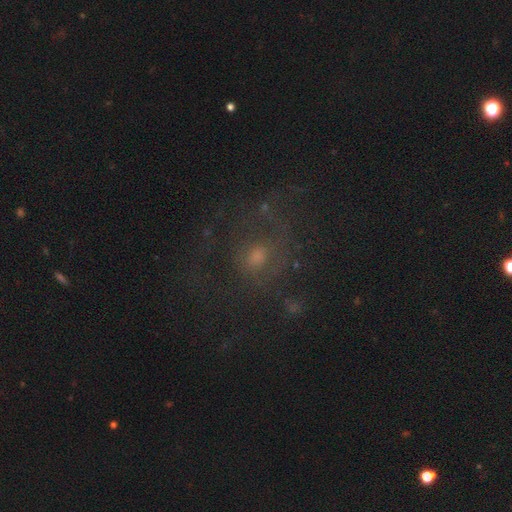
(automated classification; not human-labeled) featured or disk 40%, smooth 31%, star or artifact 28%. Down the decision tree: merging — none (61%).